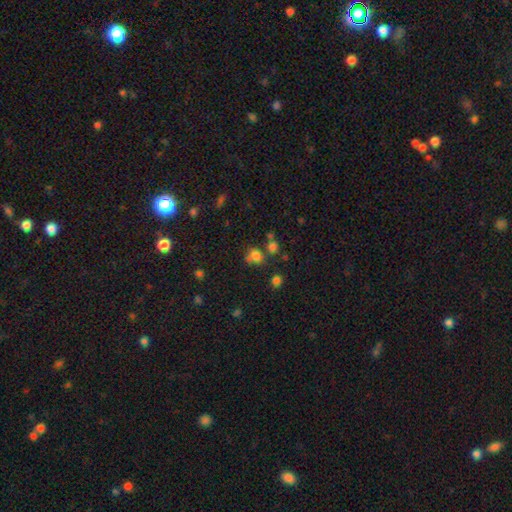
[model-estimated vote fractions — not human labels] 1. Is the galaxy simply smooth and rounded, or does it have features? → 73% smooth, 18% star or artifact, 9% featured or disk.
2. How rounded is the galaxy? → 57% round, 41% in between, 1% cigar-shaped.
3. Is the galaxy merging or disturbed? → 50% none, 21% merger, 19% minor disturbance, 10% major disturbance.